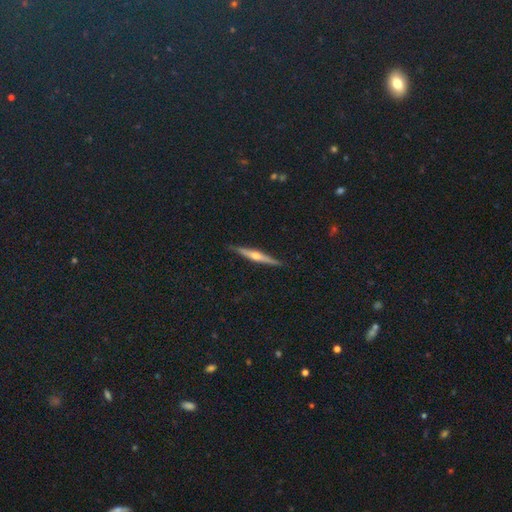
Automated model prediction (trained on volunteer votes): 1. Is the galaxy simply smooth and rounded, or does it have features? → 70% featured or disk, 18% smooth, 12% star or artifact.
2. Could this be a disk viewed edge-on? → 97% yes, 3% no.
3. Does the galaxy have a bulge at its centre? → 92% rounded, 5% none, 4% boxy.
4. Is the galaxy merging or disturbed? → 92% none, 6% minor disturbance, 1% major disturbance, 1% merger.